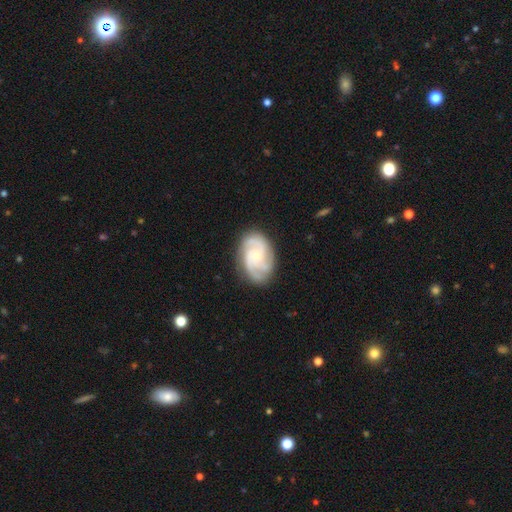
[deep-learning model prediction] Smooth or featured? featured or disk (85%)
Edge-on disk? no (98%)
Bar? no (65%)
Spiral arms? yes (98%)
Spiral winding? tight (49%)
Spiral arm count? 3 (52%)
Bulge size? small (52%)
Merging? none (80%)